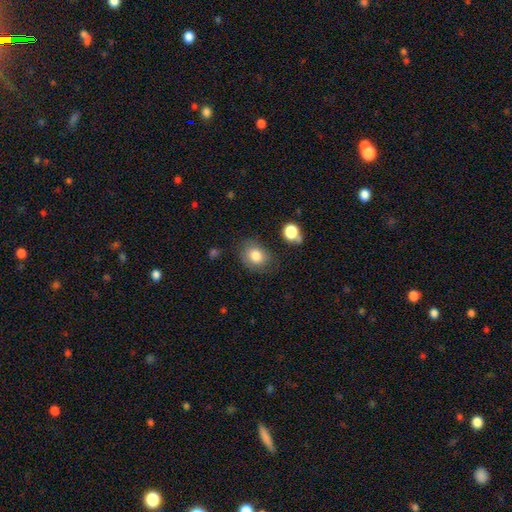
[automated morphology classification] This is clearly a smooth galaxy (81%). How rounded: possibly round (56%). Merging: likely none (74%).